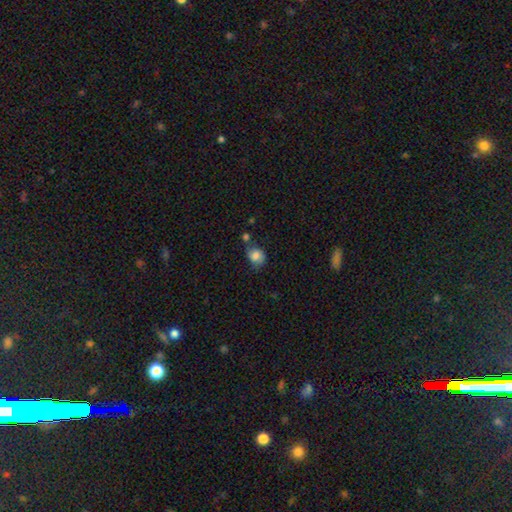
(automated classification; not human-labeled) Smooth or featured?
  - smooth: 79% *
  - featured or disk: 12%
  - star or artifact: 9%
How rounded?
  - round: 53% *
  - in between: 46%
  - cigar-shaped: 1%
Merging?
  - none: 55% *
  - minor disturbance: 25%
  - merger: 13%
  - major disturbance: 7%